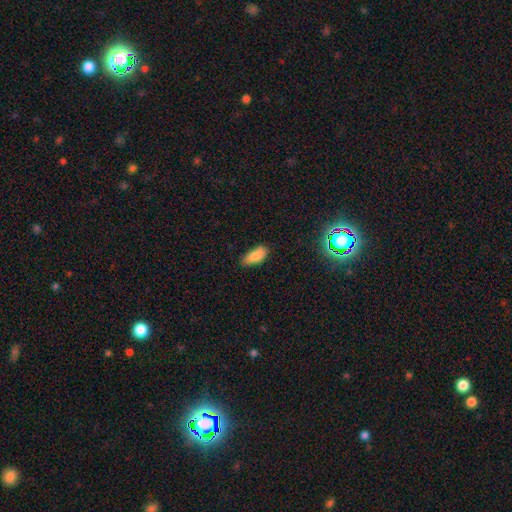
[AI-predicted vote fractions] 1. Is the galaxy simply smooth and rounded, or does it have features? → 84% smooth, 8% star or artifact, 7% featured or disk.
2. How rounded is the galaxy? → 84% in between, 14% cigar-shaped, 2% round.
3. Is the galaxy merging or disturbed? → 75% none, 20% minor disturbance, 3% major disturbance, 1% merger.